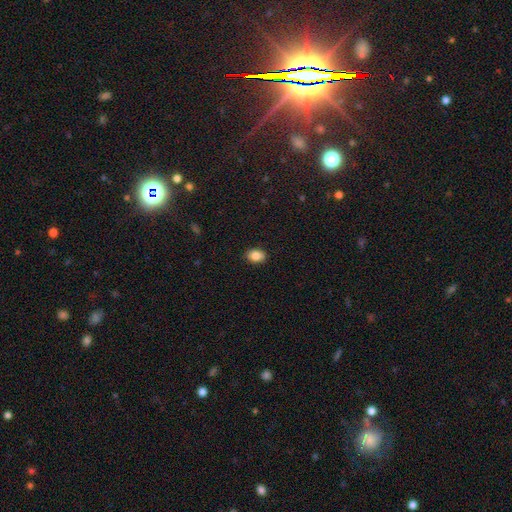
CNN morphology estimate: smooth-or-featured: smooth: 85% | star or artifact: 9% | featured or disk: 7%
  how-rounded: in between: 75% | round: 24% | cigar-shaped: 1%
  merging: none: 87% | minor disturbance: 10% | major disturbance: 2% | merger: 1%